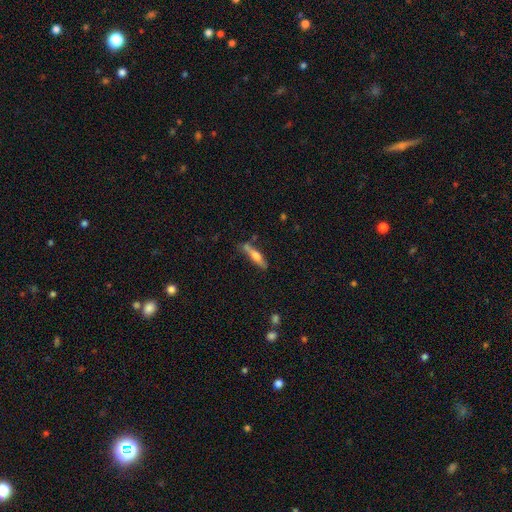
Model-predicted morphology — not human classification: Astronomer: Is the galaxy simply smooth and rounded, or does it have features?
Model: smooth — 48% (runner-up: featured or disk, 45%).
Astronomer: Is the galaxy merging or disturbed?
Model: none — 66%.